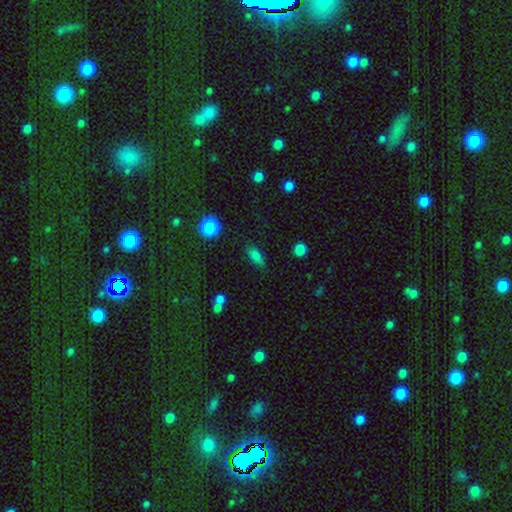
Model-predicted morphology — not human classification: Smooth or featured? Predicted: smooth (p=0.80). How rounded? Predicted: in between (p=0.73). Merging? Predicted: none (p=0.75).